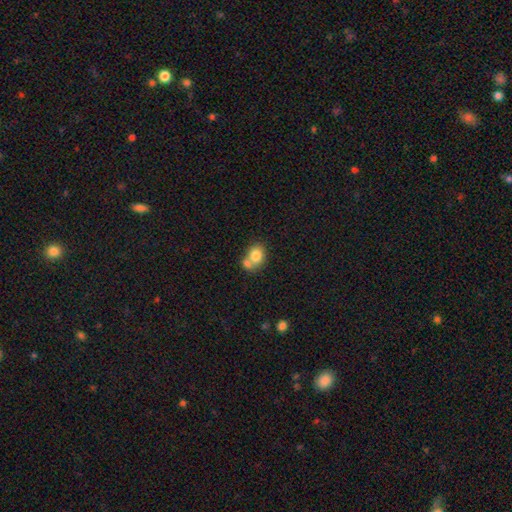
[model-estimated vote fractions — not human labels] Smooth or featured? Predicted: smooth (p=0.78). How rounded? Predicted: round (p=0.60). Merging? Predicted: merger (p=0.49).